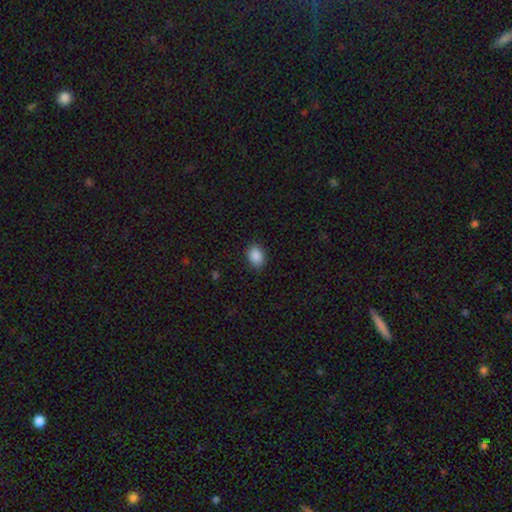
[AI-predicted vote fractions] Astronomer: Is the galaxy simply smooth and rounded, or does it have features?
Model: smooth — 89%.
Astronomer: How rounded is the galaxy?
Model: in between — 69%.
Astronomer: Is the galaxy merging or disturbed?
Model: none — 87%.